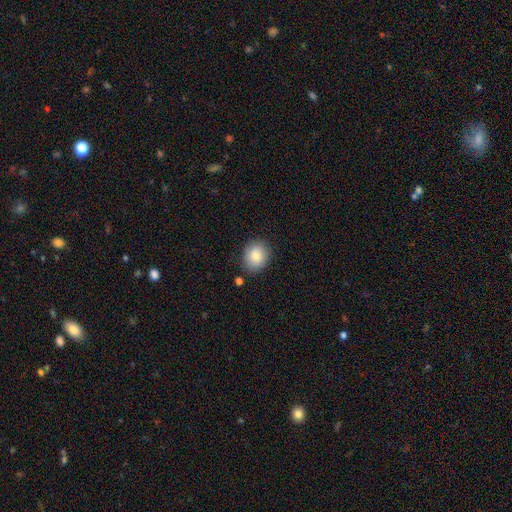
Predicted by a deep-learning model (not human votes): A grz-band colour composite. It shows a smooth galaxy with no disk features (82%) that is round (70%). Merging: none (84%).